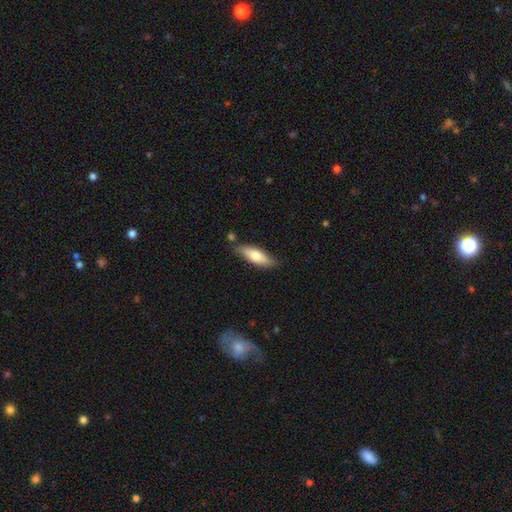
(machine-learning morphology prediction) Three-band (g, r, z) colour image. It shows a smooth galaxy with no disk features (69%) that is in between round and cigar-shaped (50%). Merging: none (77%).